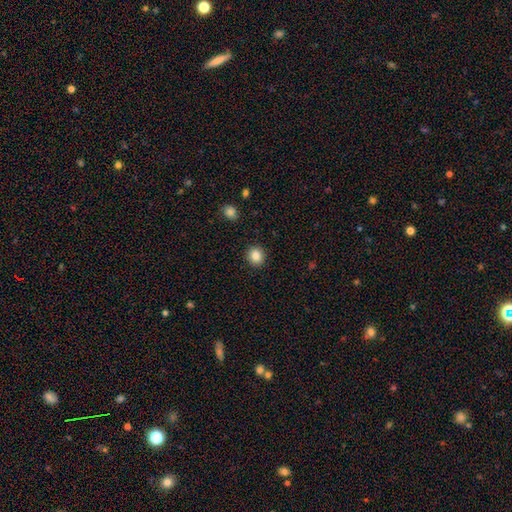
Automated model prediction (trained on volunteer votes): This is clearly a smooth galaxy (86%). How rounded: clearly round (85%). Merging: clearly none (92%).